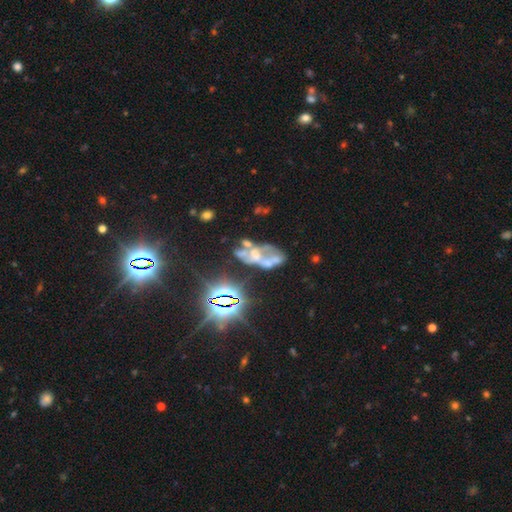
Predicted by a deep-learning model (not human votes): Q: Smooth or featured?
A: featured or disk (53%); runner-up: star or artifact (29%)
Q: Edge-on disk?
A: no (94%); runner-up: yes (6%)
Q: Merging?
A: merger (32%); runner-up: none (29%)